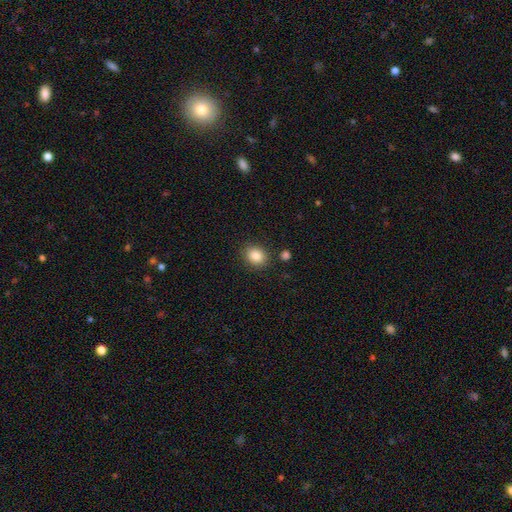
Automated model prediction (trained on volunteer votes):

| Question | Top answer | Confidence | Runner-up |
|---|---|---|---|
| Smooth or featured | smooth | 86% | star or artifact (9%) |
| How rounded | round | 56% | in between (43%) |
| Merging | none | 84% | minor disturbance (10%) |